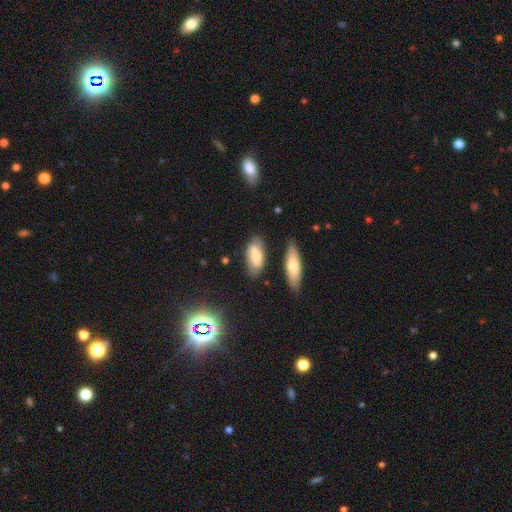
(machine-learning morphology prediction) Overall: smooth (70%). How rounded: in between (84%). Merging: none (74%).